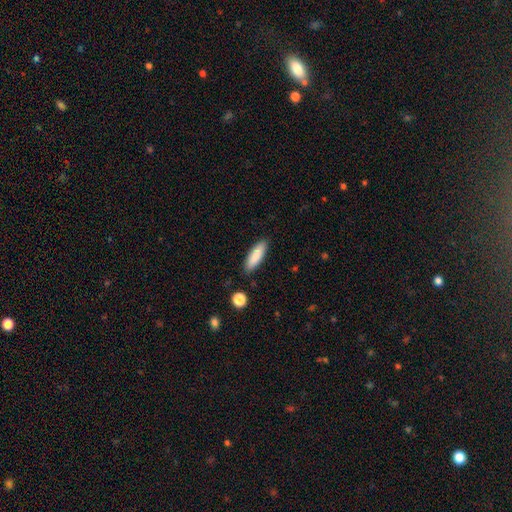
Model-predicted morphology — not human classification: smooth 86%, featured or disk 8%, star or artifact 6%. Down the decision tree: how rounded — cigar-shaped (52%); merging — none (87%).